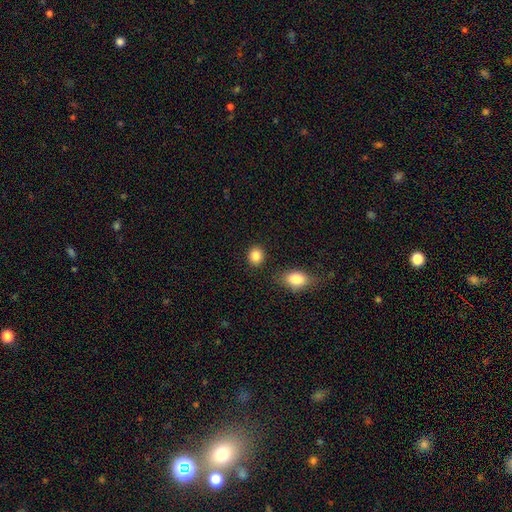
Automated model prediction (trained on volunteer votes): A smooth galaxy with no disk features (87%) that is round (74%).

Vote fractions:
- Smooth or featured? smooth: 87% / star or artifact: 9% / featured or disk: 4%
- How rounded? round: 74% / in between: 25% / cigar-shaped: 1%
- Merging? none: 86% / minor disturbance: 7% / merger: 4% / major disturbance: 2%